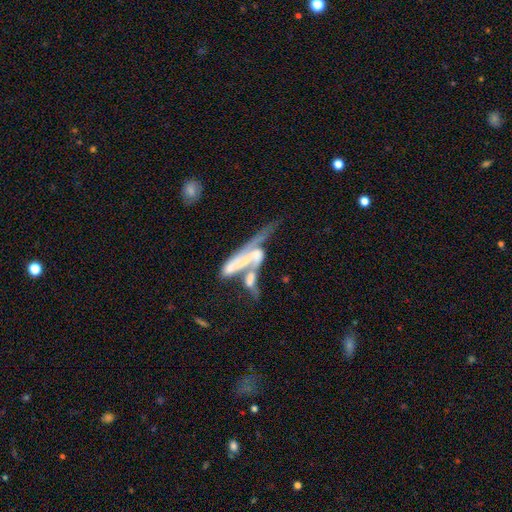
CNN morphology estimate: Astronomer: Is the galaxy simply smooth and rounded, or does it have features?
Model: featured or disk — 70%.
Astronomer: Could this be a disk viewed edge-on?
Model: no — 80%.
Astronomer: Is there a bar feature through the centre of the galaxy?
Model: no — 49% (runner-up: strong, 27%).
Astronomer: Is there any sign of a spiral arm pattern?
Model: yes — 65%.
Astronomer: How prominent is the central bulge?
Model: none — 41% (runner-up: small, 36%).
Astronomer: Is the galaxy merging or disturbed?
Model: merger — 58%.